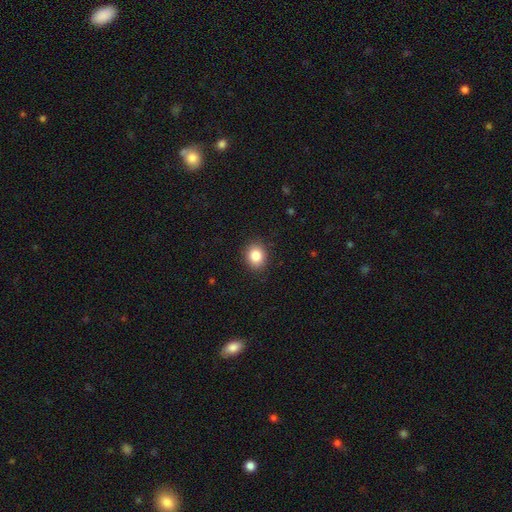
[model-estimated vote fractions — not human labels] Smooth or featured? Predicted: smooth (p=0.85). How rounded? Predicted: round (p=0.59). Merging? Predicted: none (p=0.88).